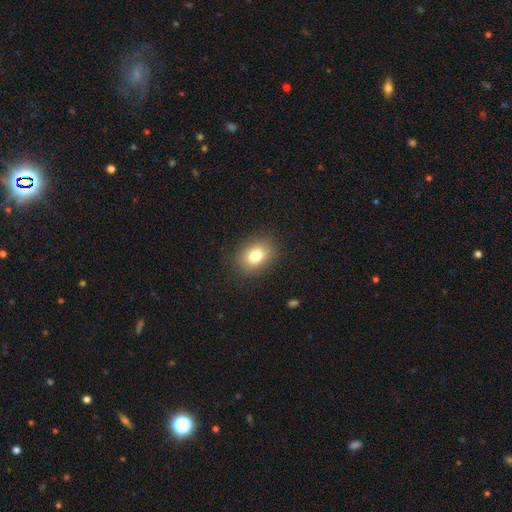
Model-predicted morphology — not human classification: smooth_or_featured: smooth (p=0.79) [alt: star or artifact p=0.11]
how_rounded: in between (p=0.63) [alt: round p=0.36]
merging: none (p=0.88) [alt: minor disturbance p=0.08]